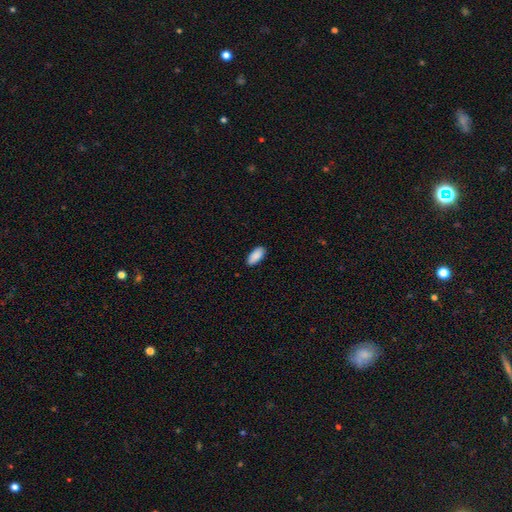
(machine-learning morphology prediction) Smooth or featured?
  - smooth: 90% *
  - star or artifact: 6%
  - featured or disk: 4%
How rounded?
  - in between: 90% *
  - cigar-shaped: 8%
  - round: 2%
Merging?
  - none: 88% *
  - minor disturbance: 9%
  - major disturbance: 2%
  - merger: 1%